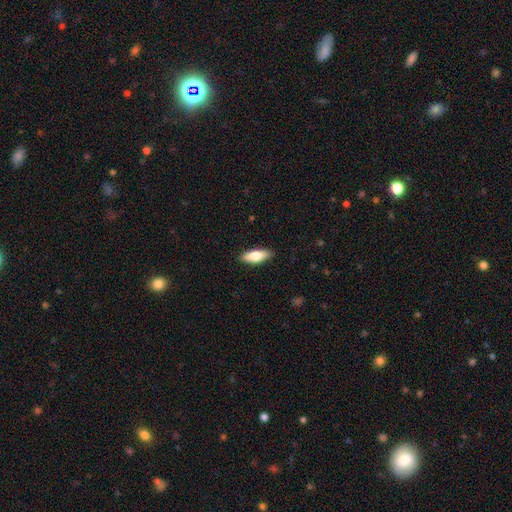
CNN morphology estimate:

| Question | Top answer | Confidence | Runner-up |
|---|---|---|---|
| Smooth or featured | smooth | 67% | featured or disk (27%) |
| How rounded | in between | 65% | cigar-shaped (32%) |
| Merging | none | 89% | minor disturbance (8%) |